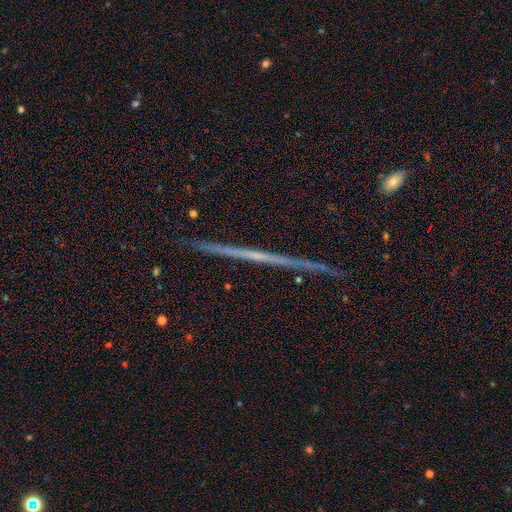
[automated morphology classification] Q: Smooth or featured?
A: featured or disk (71%); runner-up: smooth (18%)
Q: Edge-on disk?
A: yes (98%); runner-up: no (2%)
Q: Edge-on bulge?
A: none (79%); runner-up: rounded (16%)
Q: Merging?
A: none (92%); runner-up: minor disturbance (6%)